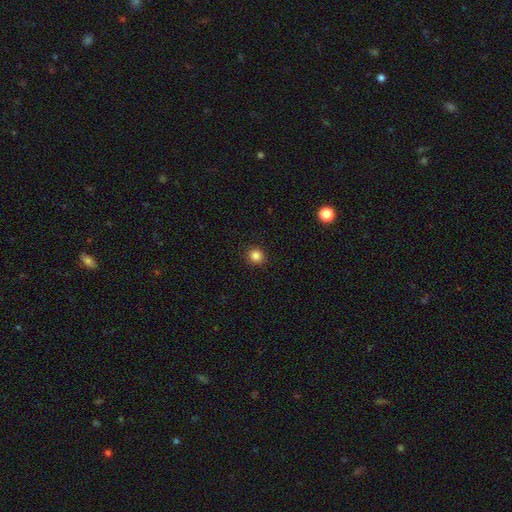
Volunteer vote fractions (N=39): Volunteers were most divided on "how rounded": round: 86%, in between: 14%, cigar-shaped: 0%. More confident: smooth or featured — smooth (90%); merging — none (89%).